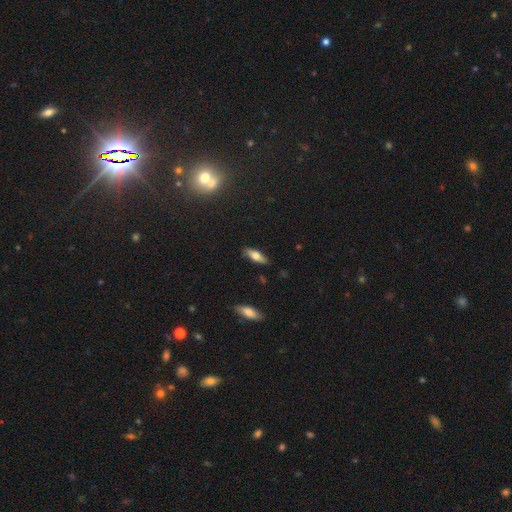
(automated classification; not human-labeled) The model was most divided on "how rounded": in between: 62%, cigar-shaped: 35%, round: 3%. More confident: merging — none (84%); smooth or featured — smooth (64%).